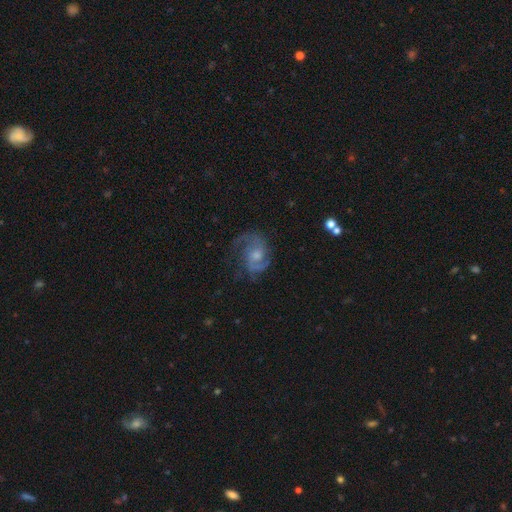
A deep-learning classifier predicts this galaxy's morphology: Smooth or featured? Predicted: featured or disk (p=0.85). Edge-on disk? Predicted: no (p=0.98). Bar? Predicted: no (p=0.64). Spiral arms? Predicted: yes (p=0.96). Spiral winding? Predicted: medium (p=0.53). Spiral arm count? Predicted: 2 (p=0.73). Bulge size? Predicted: moderate (p=0.51). Merging? Predicted: none (p=0.66).